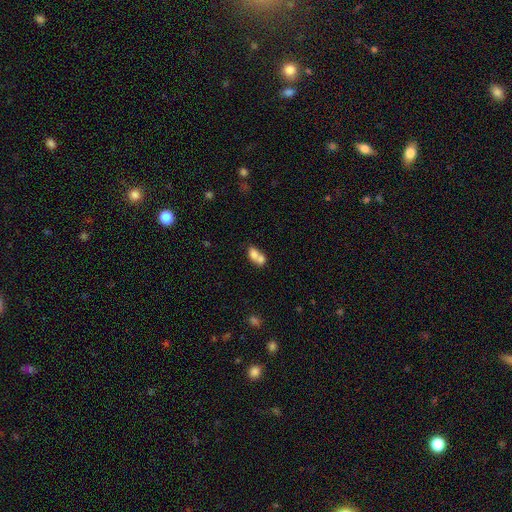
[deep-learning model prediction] Overall: smooth (71%). How rounded: in between (68%; round 29%). Merging: merger (71%).